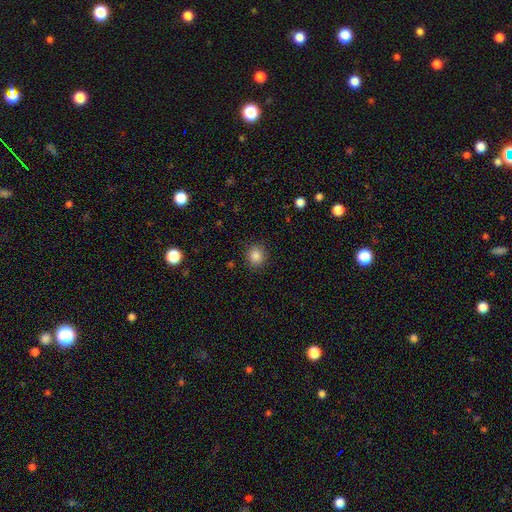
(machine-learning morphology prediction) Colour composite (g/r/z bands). It shows a smooth galaxy with no disk features (85%) that is round (84%). Merging: none (90%).